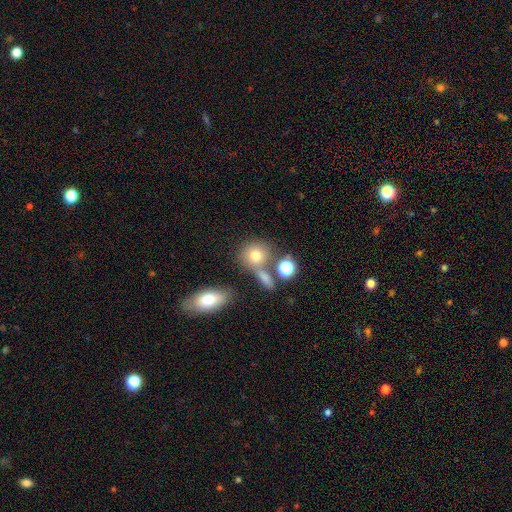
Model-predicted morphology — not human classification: Smooth or featured: smooth — 73% (star or artifact — 13%)
How rounded: round — 79% (in between — 19%)
Merging: none — 56% (merger — 26%)